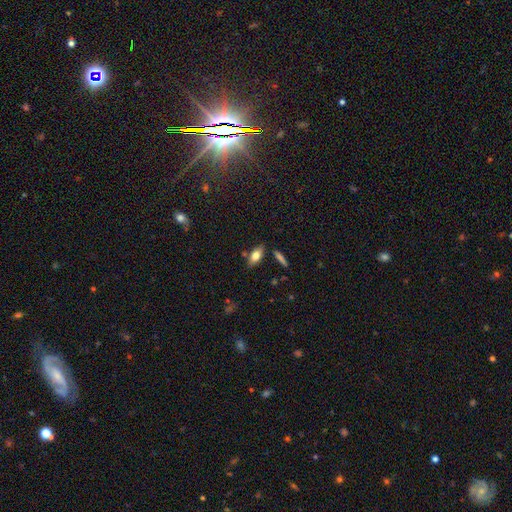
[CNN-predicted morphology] smooth 73%, featured or disk 19%, star or artifact 8%. Down the decision tree: how rounded — in between (82%); merging — none (78%).